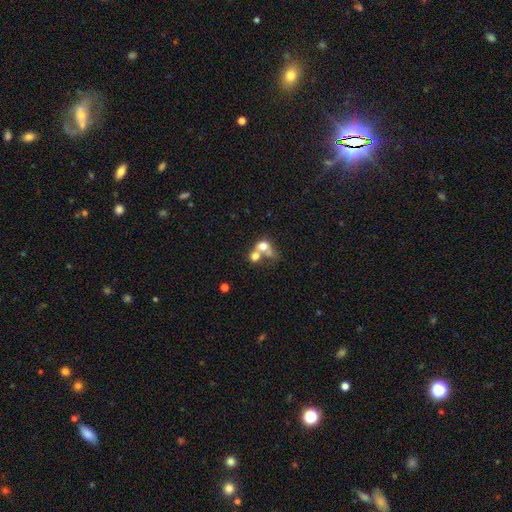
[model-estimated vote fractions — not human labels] Q: Smooth or featured?
A: smooth (64%); runner-up: featured or disk (24%)
Q: How rounded?
A: round (63%); runner-up: in between (36%)
Q: Merging?
A: merger (66%); runner-up: none (20%)